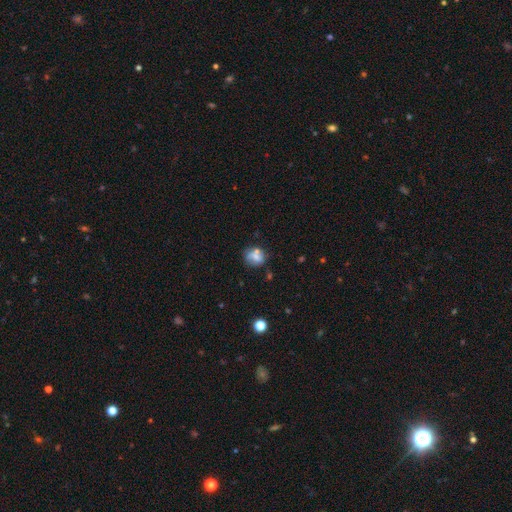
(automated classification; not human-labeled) Overall: smooth (59%; featured or disk 28%). How rounded: round (68%; in between 31%). Merging: none (52%; merger 20%).